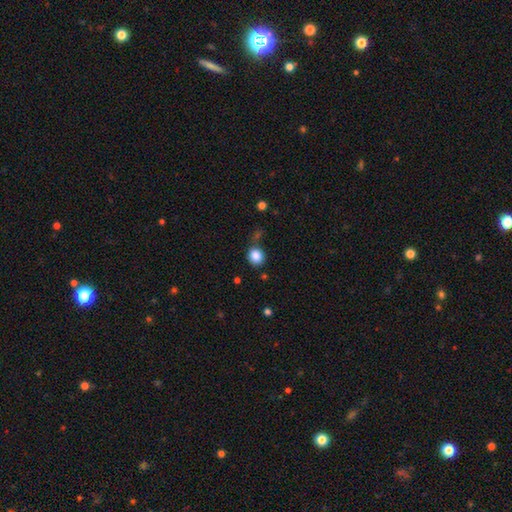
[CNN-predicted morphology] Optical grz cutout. It shows a smooth galaxy with no disk features (86%) that is round (80%). Merging: none (72%).